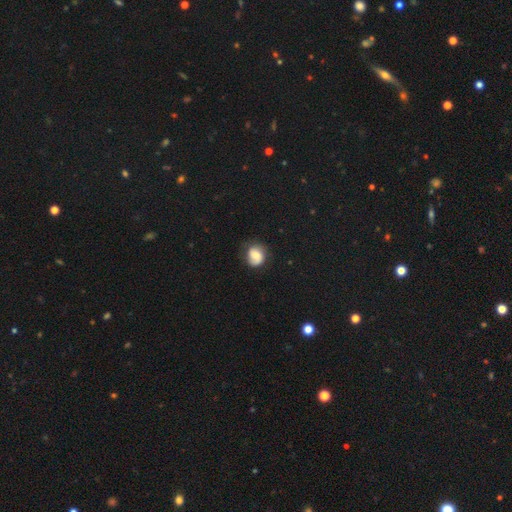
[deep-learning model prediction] smooth_or_featured: smooth (p=0.56) [alt: featured or disk p=0.35]
how_rounded: round (p=0.69) [alt: in between p=0.30]
merging: none (p=0.69) [alt: minor disturbance p=0.22]